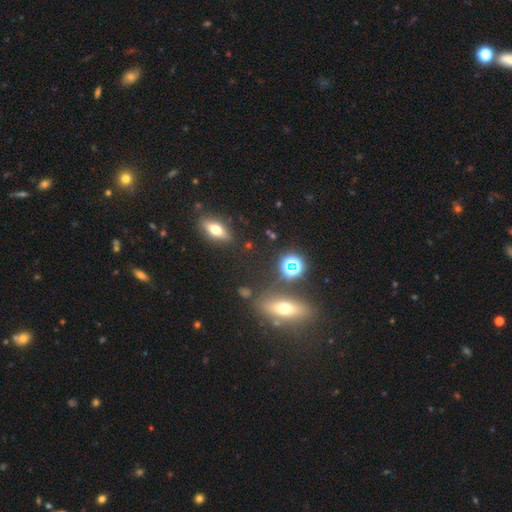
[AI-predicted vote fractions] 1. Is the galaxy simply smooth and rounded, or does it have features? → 43% smooth, 30% featured or disk, 27% star or artifact.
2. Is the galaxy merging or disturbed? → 65% none, 17% merger, 11% minor disturbance, 6% major disturbance.